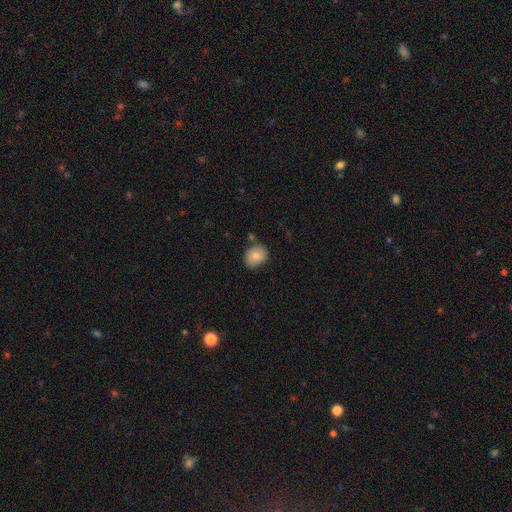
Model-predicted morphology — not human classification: This appears to be a smooth galaxy with no disk features (85%) that is round (58%). Merging: none (77%).